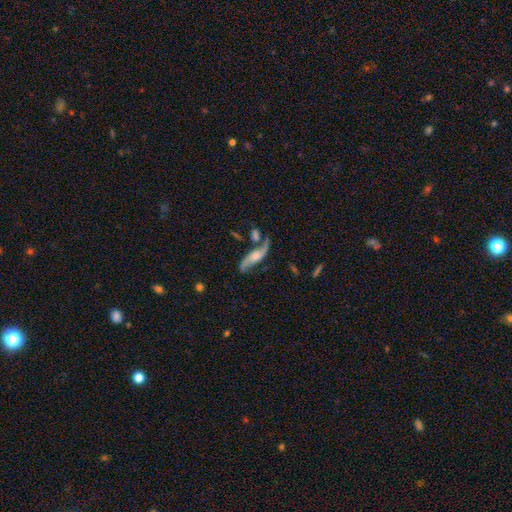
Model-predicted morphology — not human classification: Smooth or featured? Predicted: featured or disk (p=0.80). Edge-on disk? Predicted: no (p=0.83). Bar? Predicted: no (p=0.65). Spiral arms? Predicted: yes (p=0.93). Spiral winding? Predicted: loose (p=0.79). Spiral arm count? Predicted: 2 (p=0.90). Bulge size? Predicted: moderate (p=0.50). Merging? Predicted: none (p=0.51).